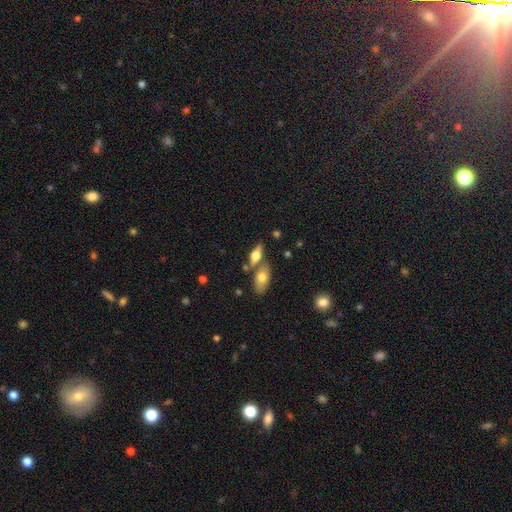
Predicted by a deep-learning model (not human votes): smooth-or-featured: smooth: 53% | featured or disk: 40% | star or artifact: 8%
  how-rounded: in between: 68% | cigar-shaped: 27% | round: 5%
  merging: none: 54% | merger: 32% | minor disturbance: 11% | major disturbance: 4%